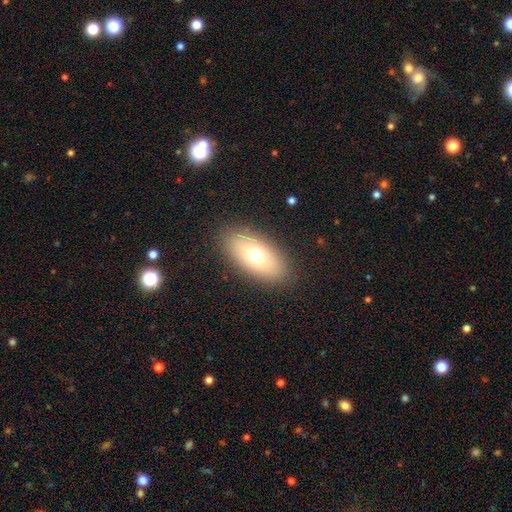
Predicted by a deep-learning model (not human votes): A smooth galaxy with no disk features (68%) that is in between round and cigar-shaped (87%).

Vote fractions:
- Smooth or featured? smooth: 68% / featured or disk: 22% / star or artifact: 10%
- How rounded? in between: 87% / round: 7% / cigar-shaped: 7%
- Merging? none: 86% / minor disturbance: 9% / major disturbance: 4% / merger: 1%